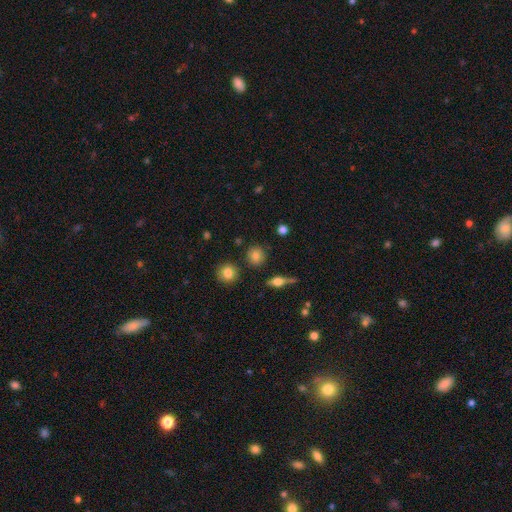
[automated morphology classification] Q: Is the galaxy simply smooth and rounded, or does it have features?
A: smooth — 79%.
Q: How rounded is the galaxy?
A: round — 87%.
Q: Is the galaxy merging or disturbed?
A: none — 86%.